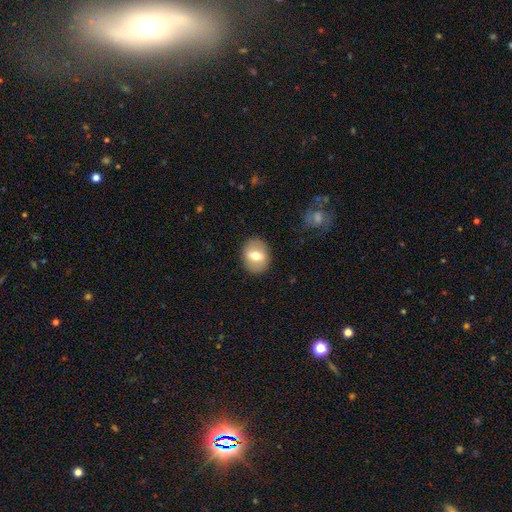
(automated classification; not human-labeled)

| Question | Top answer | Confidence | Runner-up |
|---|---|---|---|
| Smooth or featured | smooth | 55% | featured or disk (37%) |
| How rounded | round | 54% | in between (45%) |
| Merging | none | 87% | minor disturbance (9%) |